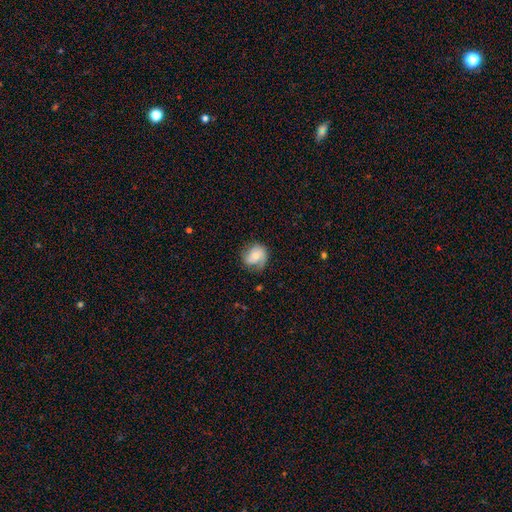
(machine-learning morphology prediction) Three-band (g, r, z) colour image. It shows a featured or disk galaxy (55%) with no bar (67%), spiral arms (88%) and a moderate central bulge (50%). Merging: none (65%).